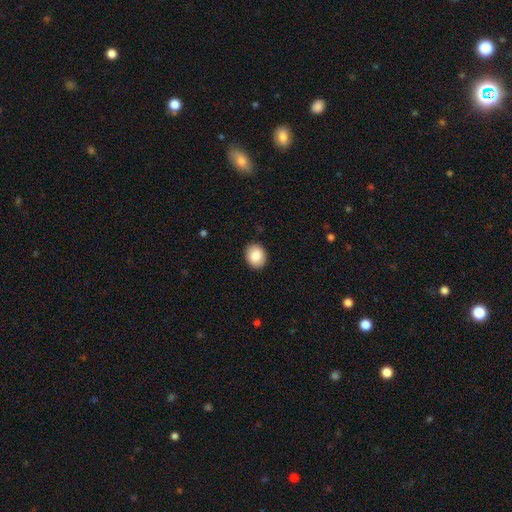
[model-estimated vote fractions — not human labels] smooth-or-featured: smooth: 87% | star or artifact: 7% | featured or disk: 6%
  how-rounded: round: 52% | in between: 47% | cigar-shaped: 1%
  merging: none: 90% | minor disturbance: 7% | major disturbance: 2% | merger: 1%